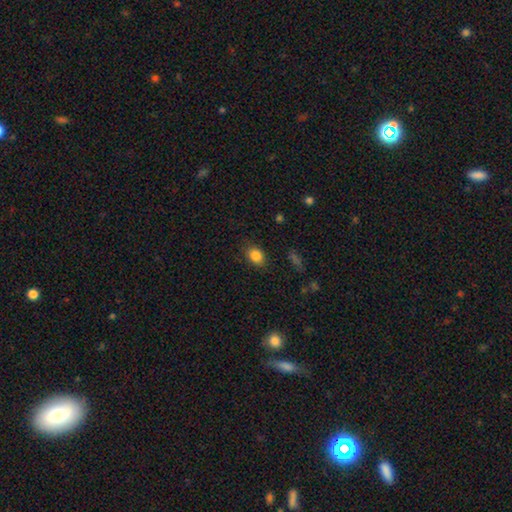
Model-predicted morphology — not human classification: This is clearly a smooth galaxy (83%). How rounded: likely in between (75%). Merging: clearly none (82%).